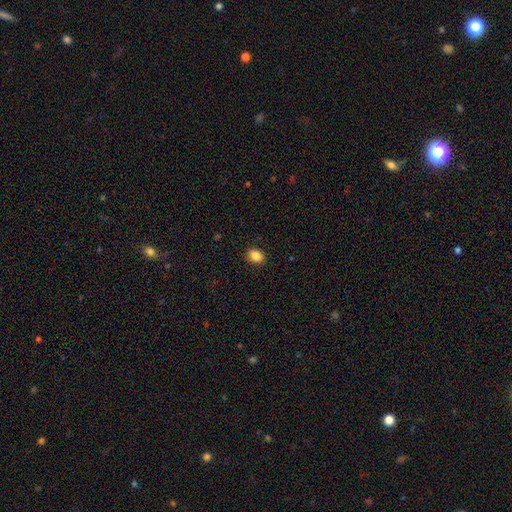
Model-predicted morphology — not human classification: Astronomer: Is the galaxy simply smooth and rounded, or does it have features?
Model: smooth — 87%.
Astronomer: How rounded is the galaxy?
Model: in between — 75%.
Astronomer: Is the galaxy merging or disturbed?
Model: none — 89%.